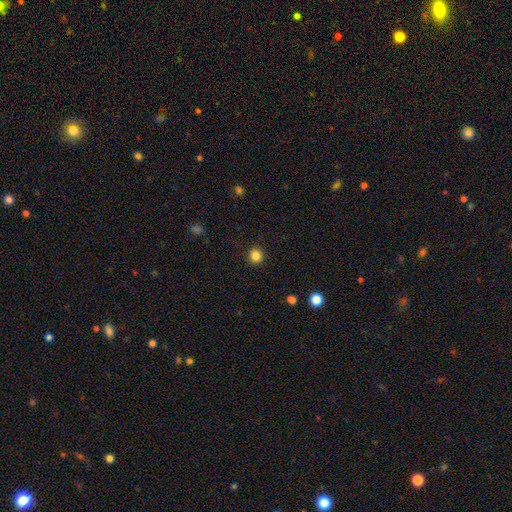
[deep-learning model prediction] Smooth or featured?
  - smooth: 84% *
  - star or artifact: 12%
  - featured or disk: 4%
How rounded?
  - round: 93% *
  - in between: 6%
  - cigar-shaped: 1%
Merging?
  - none: 92% *
  - minor disturbance: 5%
  - major disturbance: 2%
  - merger: 1%